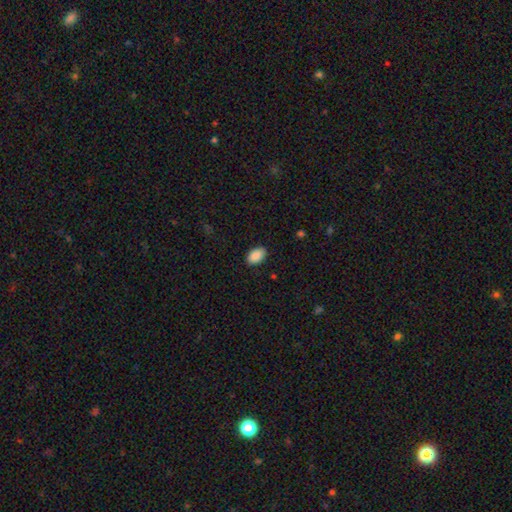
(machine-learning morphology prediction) Smooth or featured: smooth — 90% (star or artifact — 7%)
How rounded: in between — 92% (round — 7%)
Merging: none — 88% (minor disturbance — 9%)